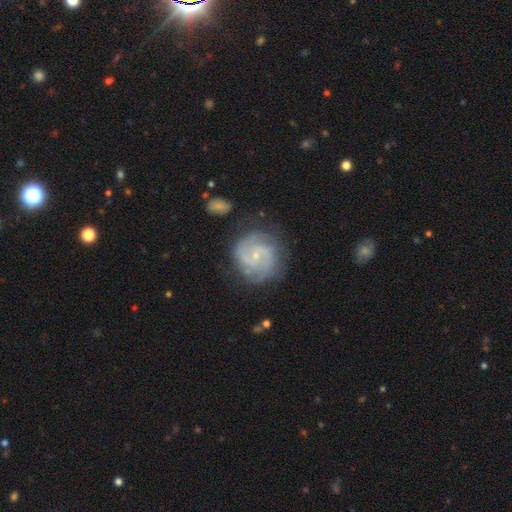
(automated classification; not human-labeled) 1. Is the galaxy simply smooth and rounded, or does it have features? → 83% featured or disk, 11% smooth, 6% star or artifact.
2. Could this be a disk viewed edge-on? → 98% no, 2% yes.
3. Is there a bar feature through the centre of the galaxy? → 49% no, 42% weak, 8% strong.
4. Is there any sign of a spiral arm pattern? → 95% yes, 5% no.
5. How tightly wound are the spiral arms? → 46% medium, 40% tight, 14% loose.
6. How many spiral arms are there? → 61% 2, 15% can't tell, 13% 3, 4% 4, 3% 1, 3% more than 4.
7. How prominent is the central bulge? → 81% small, 15% moderate, 3% none, 1% large, 1% dominant.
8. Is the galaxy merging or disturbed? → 74% none, 17% minor disturbance, 7% major disturbance, 3% merger.